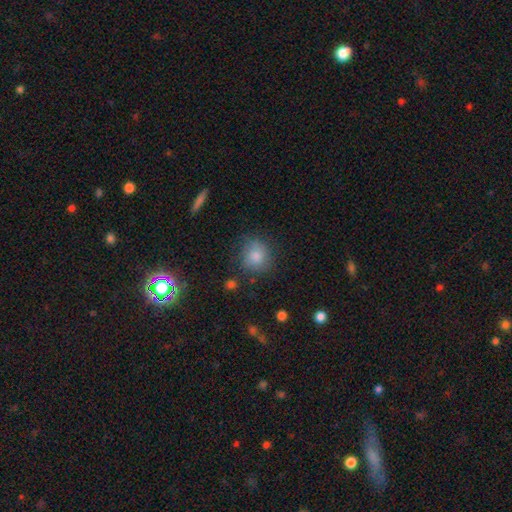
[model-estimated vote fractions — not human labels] A smooth galaxy with no disk features (74%) that is round (85%). Merging: none (77%).